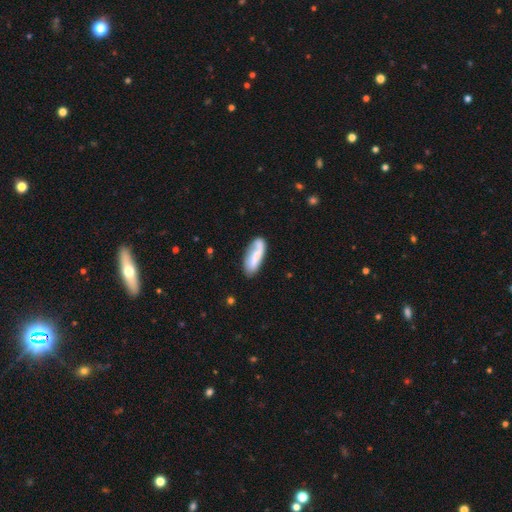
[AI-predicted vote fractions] This appears to be a smooth galaxy with no disk features (62%) that is in between round and cigar-shaped (68%). Merging: none (58%).